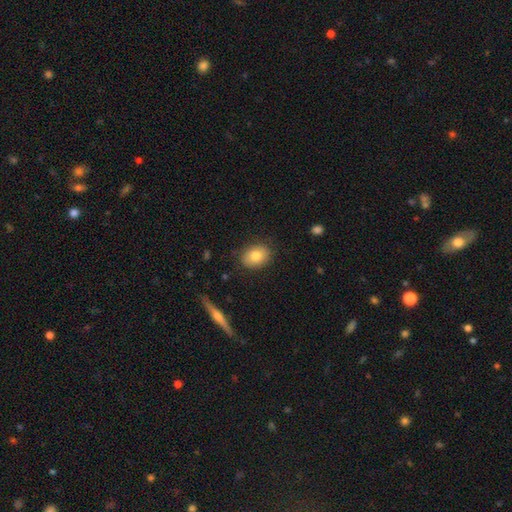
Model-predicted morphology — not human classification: smooth_or_featured: smooth (p=0.80) [alt: featured or disk p=0.12]
how_rounded: in between (p=0.62) [alt: round p=0.37]
merging: none (p=0.84) [alt: minor disturbance p=0.12]